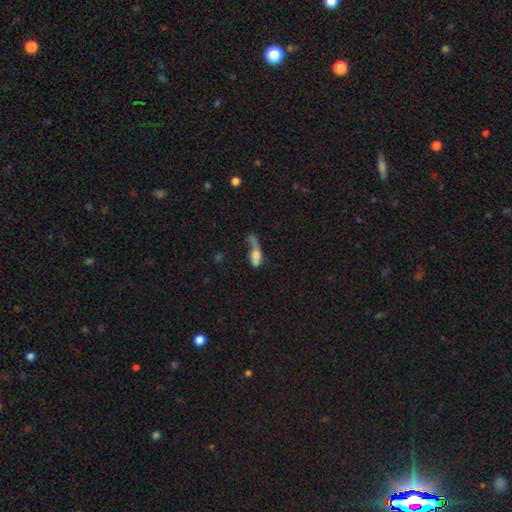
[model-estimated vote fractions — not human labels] A smooth galaxy with no disk features (61%) that is in between round and cigar-shaped (68%).

Vote fractions:
- Smooth or featured? smooth: 61% / featured or disk: 28% / star or artifact: 11%
- How rounded? in between: 68% / cigar-shaped: 24% / round: 9%
- Merging? major disturbance: 40% / merger: 25% / none: 19% / minor disturbance: 17%